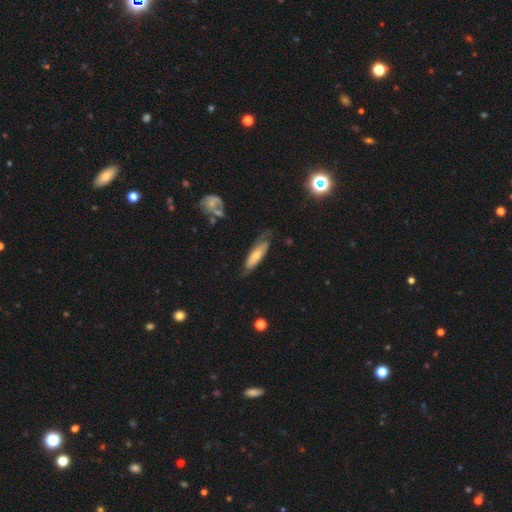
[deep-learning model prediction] Morphology: type=smooth (52%); roundness=cigar-shaped (53%); merging=none (59%).